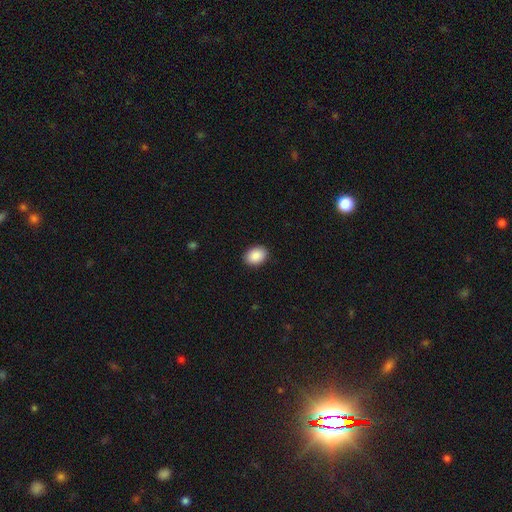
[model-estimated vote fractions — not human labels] smooth_or_featured: smooth (p=0.90) [alt: star or artifact p=0.07]
how_rounded: in between (p=0.73) [alt: round p=0.26]
merging: none (p=0.90) [alt: minor disturbance p=0.07]